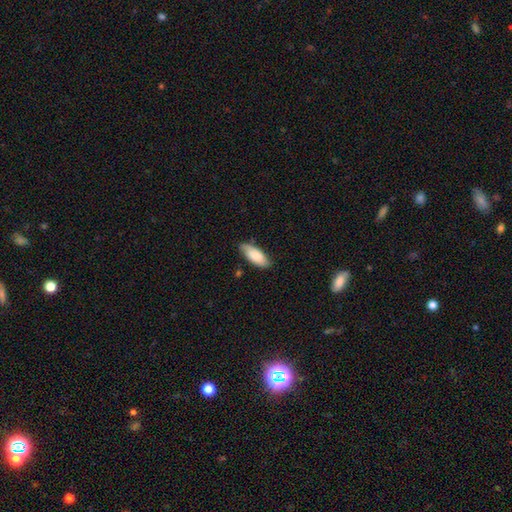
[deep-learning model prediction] Smooth or featured?
  - smooth: 80% *
  - featured or disk: 14%
  - star or artifact: 6%
How rounded?
  - in between: 81% *
  - cigar-shaped: 18%
  - round: 2%
Merging?
  - none: 75% *
  - minor disturbance: 21%
  - major disturbance: 3%
  - merger: 2%